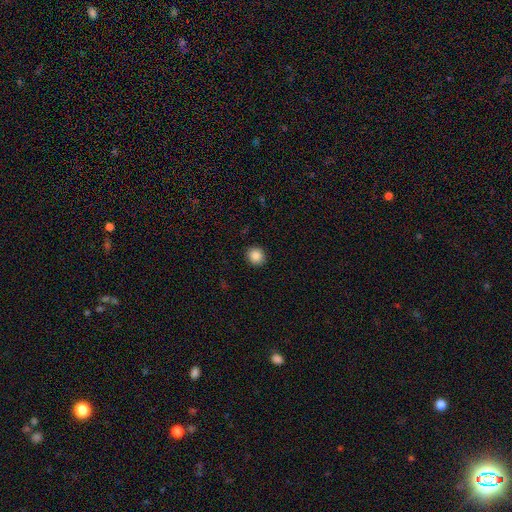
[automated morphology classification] Smooth or featured? Predicted: smooth (p=0.87). How rounded? Predicted: round (p=0.88). Merging? Predicted: none (p=0.92).